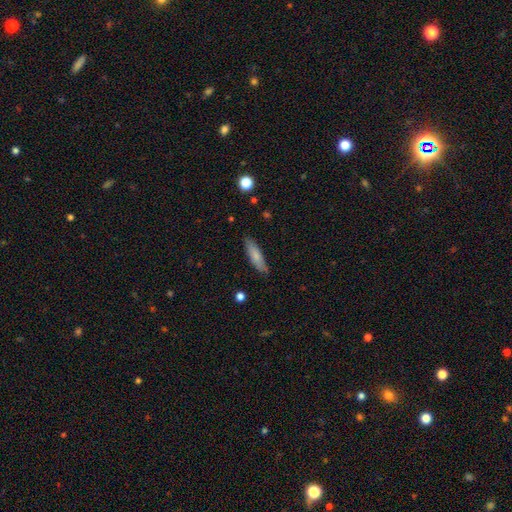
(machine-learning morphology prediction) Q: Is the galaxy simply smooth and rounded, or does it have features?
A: smooth — 76%.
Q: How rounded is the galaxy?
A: cigar-shaped — 63%.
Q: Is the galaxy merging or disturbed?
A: none — 84%.